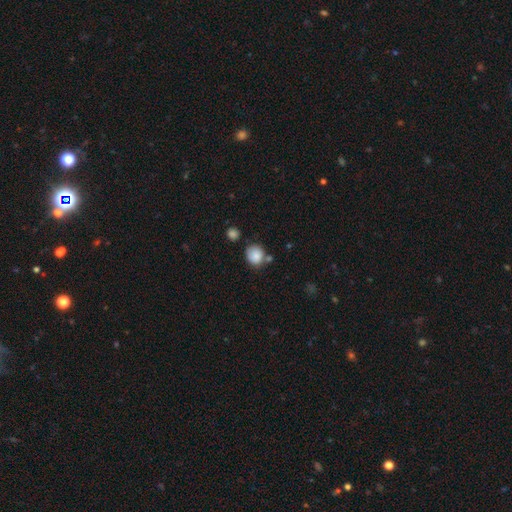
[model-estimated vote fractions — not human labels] A smooth galaxy with no disk features (85%) that is round (75%).

Vote fractions:
- Smooth or featured? smooth: 85% / star or artifact: 9% / featured or disk: 7%
- How rounded? round: 75% / in between: 25% / cigar-shaped: 1%
- Merging? none: 66% / minor disturbance: 18% / merger: 12% / major disturbance: 4%